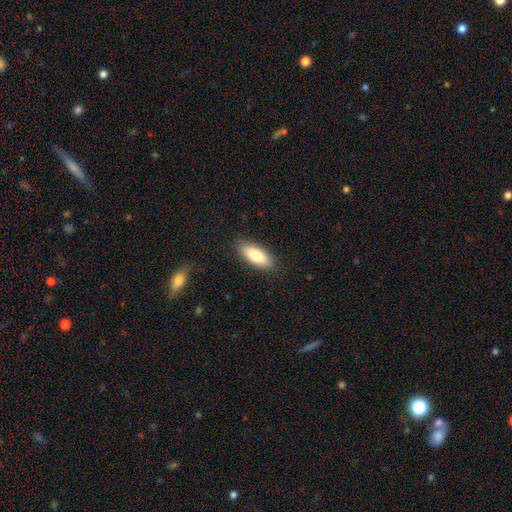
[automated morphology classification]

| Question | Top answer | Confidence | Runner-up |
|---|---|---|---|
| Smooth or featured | smooth | 80% | featured or disk (14%) |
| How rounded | in between | 78% | cigar-shaped (20%) |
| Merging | none | 87% | minor disturbance (10%) |